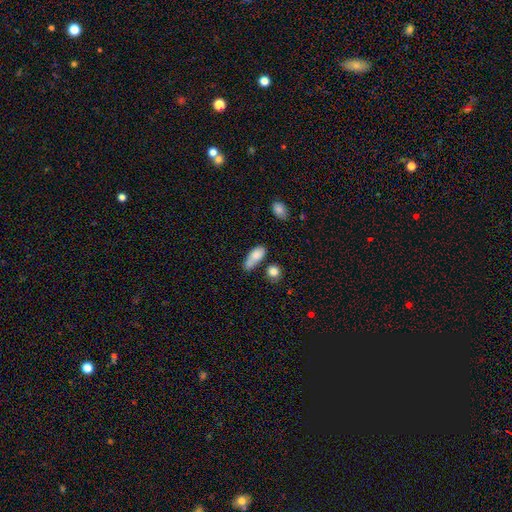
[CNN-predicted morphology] type=smooth (79%); roundness=in between (78%); merging=none (34%).